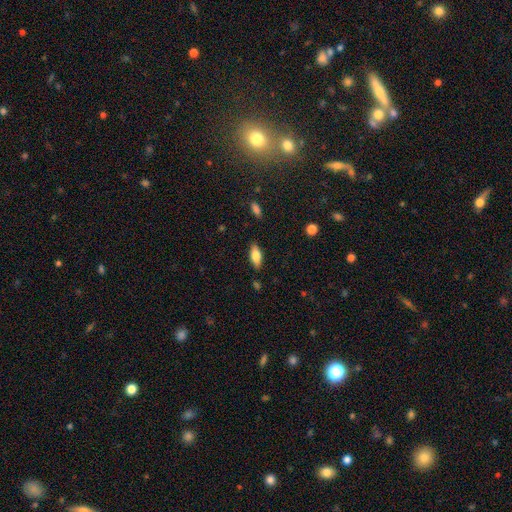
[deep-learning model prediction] Q: Smooth or featured?
A: smooth (74%); runner-up: featured or disk (20%)
Q: How rounded?
A: in between (78%); runner-up: cigar-shaped (19%)
Q: Merging?
A: none (86%); runner-up: minor disturbance (11%)